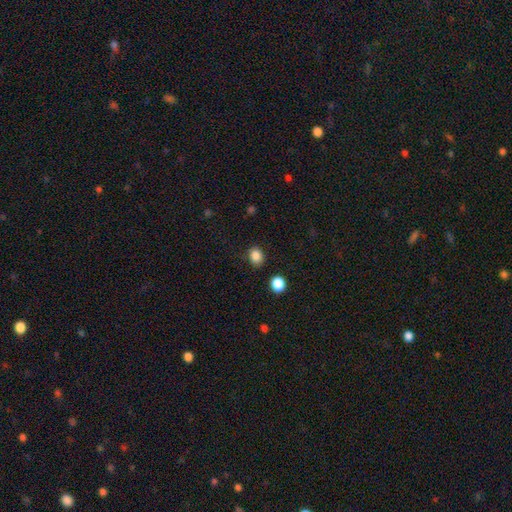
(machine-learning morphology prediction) smooth 86%, star or artifact 11%, featured or disk 4%. Down the decision tree: how rounded — round (56%); merging — none (82%).